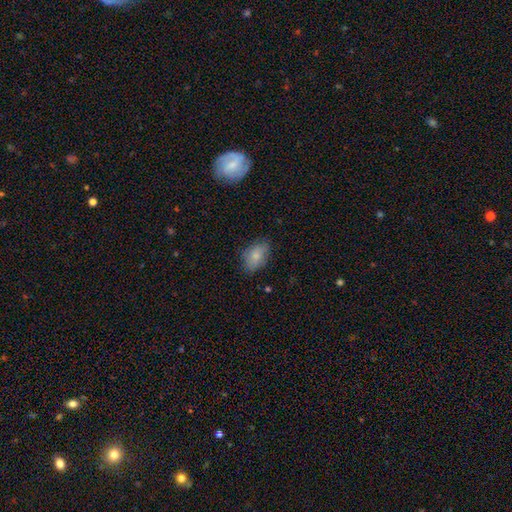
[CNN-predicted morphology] A smooth galaxy with no disk features (81%) that is in between round and cigar-shaped (85%). Merging: none (73%).